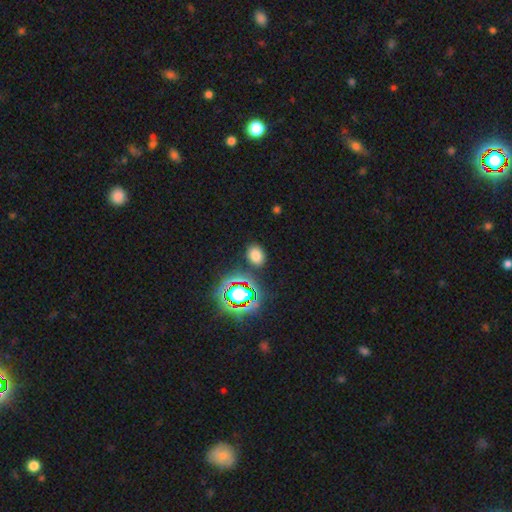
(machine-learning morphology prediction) The model was most divided on "how rounded": in between: 66%, round: 33%, cigar-shaped: 1%. More confident: merging — none (85%); smooth or featured — smooth (72%).